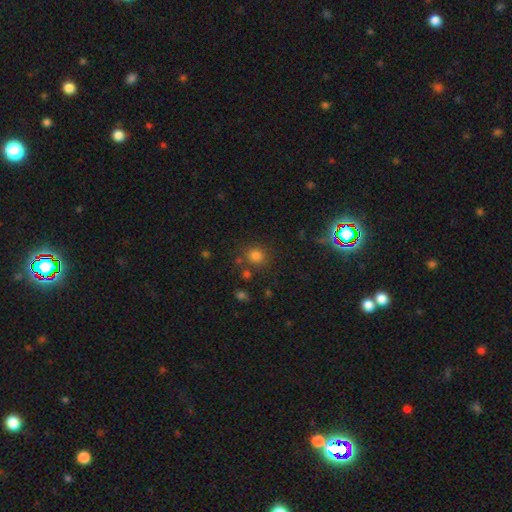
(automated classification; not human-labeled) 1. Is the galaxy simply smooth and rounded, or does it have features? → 78% smooth, 16% star or artifact, 6% featured or disk.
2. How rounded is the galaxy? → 84% round, 15% in between, 1% cigar-shaped.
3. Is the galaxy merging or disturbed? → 76% none, 11% minor disturbance, 8% merger, 4% major disturbance.